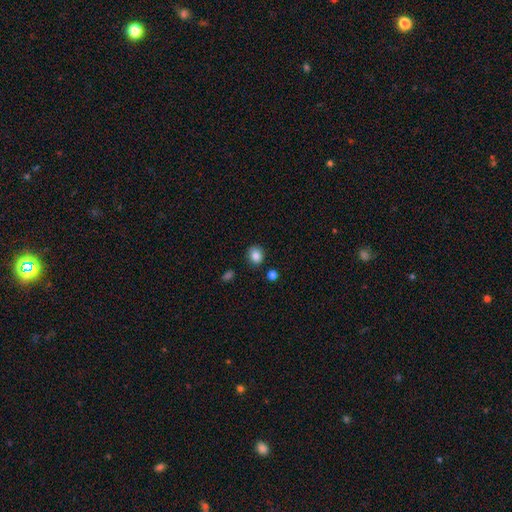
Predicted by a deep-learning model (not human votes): smooth 85%, star or artifact 10%, featured or disk 5%. Down the decision tree: how rounded — round (66%); merging — none (79%).